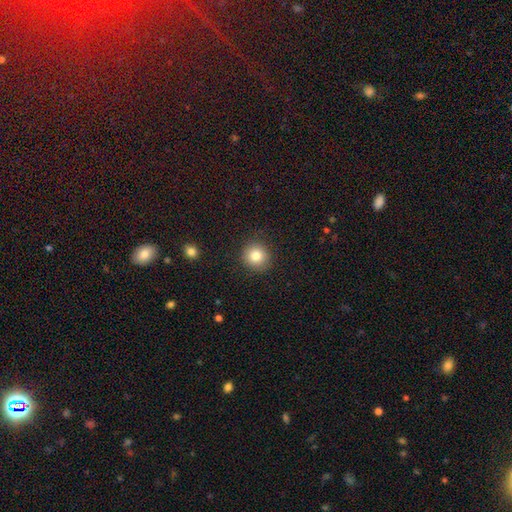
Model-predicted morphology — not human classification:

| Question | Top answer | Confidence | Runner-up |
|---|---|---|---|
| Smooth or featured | smooth | 82% | star or artifact (10%) |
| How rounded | round | 92% | in between (7%) |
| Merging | none | 90% | minor disturbance (7%) |